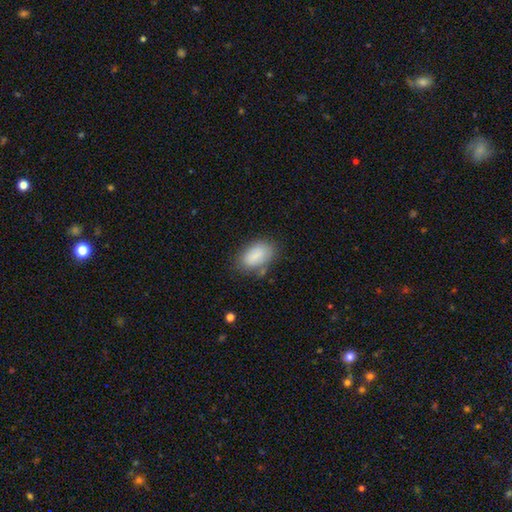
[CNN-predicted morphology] Smooth or featured? Predicted: smooth (p=0.86). How rounded? Predicted: in between (p=0.93). Merging? Predicted: none (p=0.70).